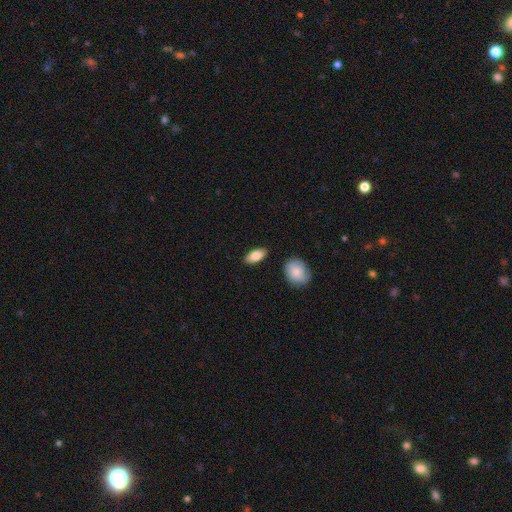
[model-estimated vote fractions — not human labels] Morphology: type=smooth (85%); roundness=in between (90%); merging=none (85%).